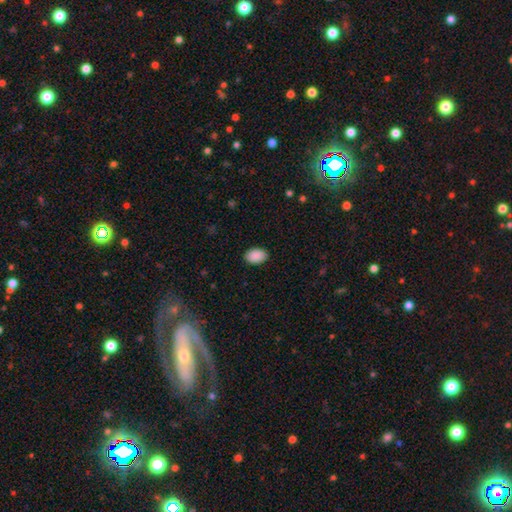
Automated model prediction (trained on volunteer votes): Smooth or featured: smooth — 91% (star or artifact — 7%)
How rounded: in between — 87% (round — 12%)
Merging: none — 89% (minor disturbance — 8%)